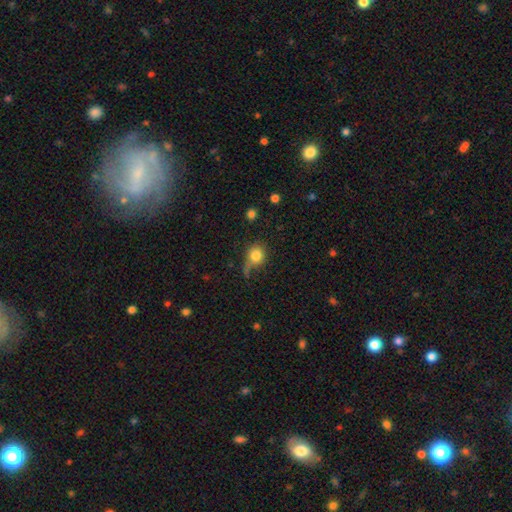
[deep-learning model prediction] This appears to be a smooth galaxy with no disk features (80%) that is round (78%). Merging: none (47%).